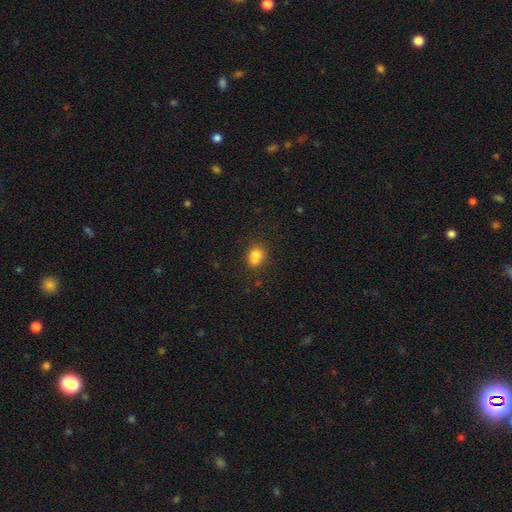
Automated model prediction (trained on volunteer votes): smooth_or_featured: smooth (p=0.78) [alt: star or artifact p=0.11]
how_rounded: in between (p=0.49) [tied with: round p=0.49]
merging: none (p=0.49) [alt: merger p=0.26]